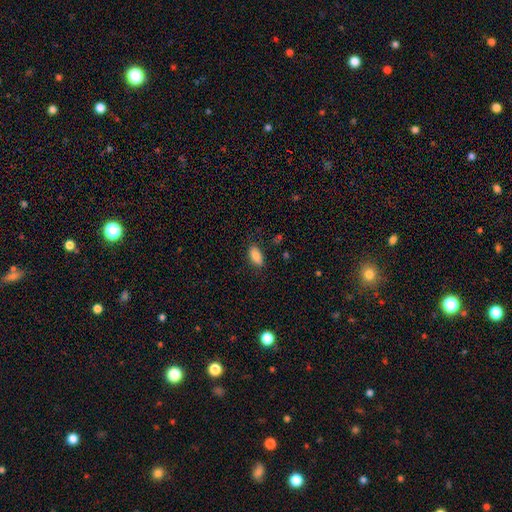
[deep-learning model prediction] smooth_or_featured: smooth (p=0.85) [alt: star or artifact p=0.08]
how_rounded: in between (p=0.91) [alt: cigar-shaped p=0.06]
merging: none (p=0.81) [alt: minor disturbance p=0.14]